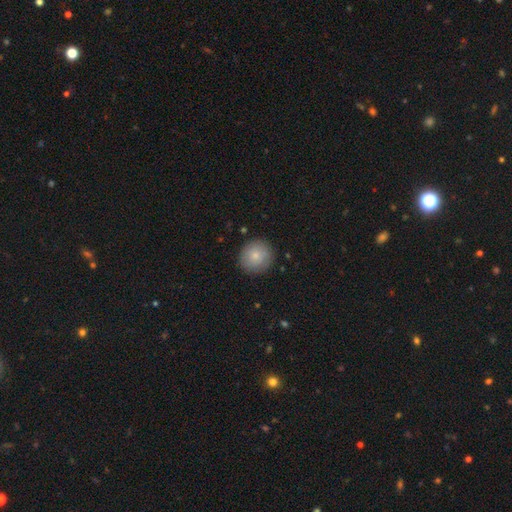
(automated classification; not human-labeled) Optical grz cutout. It shows a smooth galaxy with no disk features (82%) that is round (91%). Merging: none (87%).